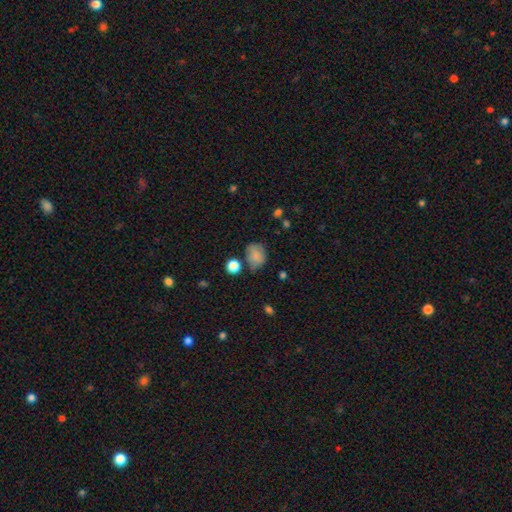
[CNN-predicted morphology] Smooth or featured?
  - smooth: 78% *
  - featured or disk: 11%
  - star or artifact: 10%
How rounded?
  - in between: 51% *
  - round: 48%
  - cigar-shaped: 1%
Merging?
  - none: 56% *
  - minor disturbance: 29%
  - major disturbance: 9%
  - merger: 7%